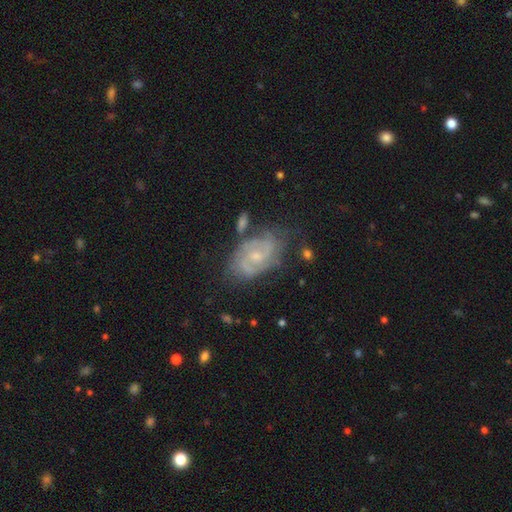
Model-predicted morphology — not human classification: The model was most divided on "spiral winding": tight: 46%, medium: 42%, loose: 11%. More confident: edge-on disk — no (97%); spiral arms — yes (94%); smooth or featured — featured or disk (81%); merging — none (65%); spiral arm count — 2 (64%); bulge size — small (58%); bar — no (52%).